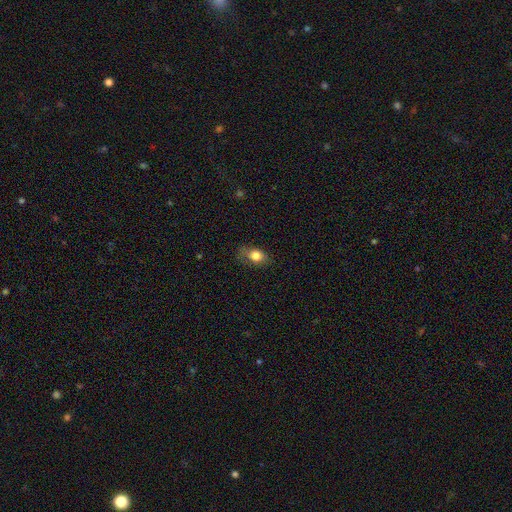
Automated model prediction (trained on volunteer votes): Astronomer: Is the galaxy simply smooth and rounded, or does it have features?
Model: smooth — 81%.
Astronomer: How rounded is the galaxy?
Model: in between — 68%.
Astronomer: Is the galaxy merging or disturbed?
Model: none — 66%.